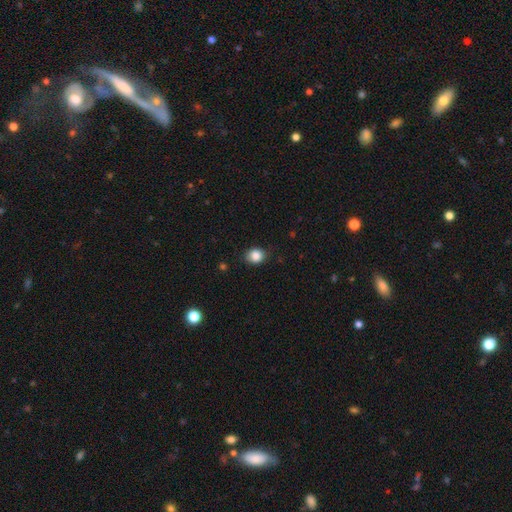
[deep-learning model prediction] Morphology: type=smooth (86%); roundness=round (66%); merging=none (80%).